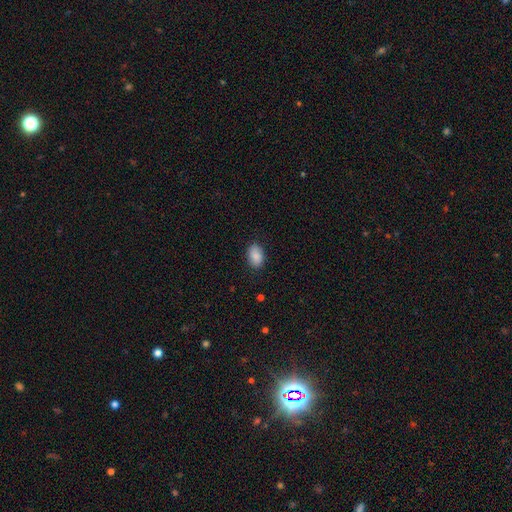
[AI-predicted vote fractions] Smooth or featured?
  - smooth: 88% *
  - star or artifact: 7%
  - featured or disk: 4%
How rounded?
  - in between: 88% *
  - round: 11%
  - cigar-shaped: 1%
Merging?
  - none: 86% *
  - minor disturbance: 11%
  - major disturbance: 3%
  - merger: 1%